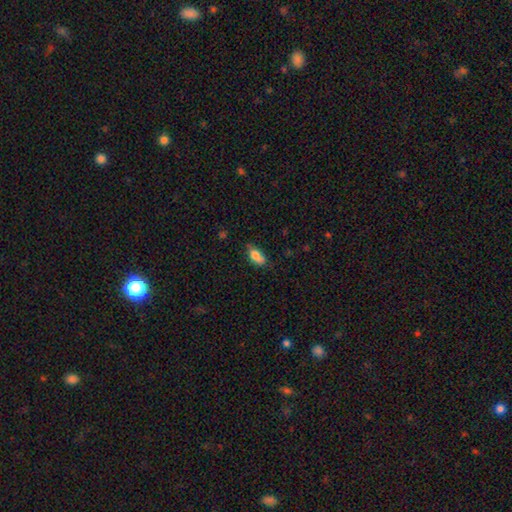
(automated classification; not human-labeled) Smooth or featured: smooth — 79% (featured or disk — 14%)
How rounded: in between — 85% (cigar-shaped — 11%)
Merging: none — 67% (minor disturbance — 25%)